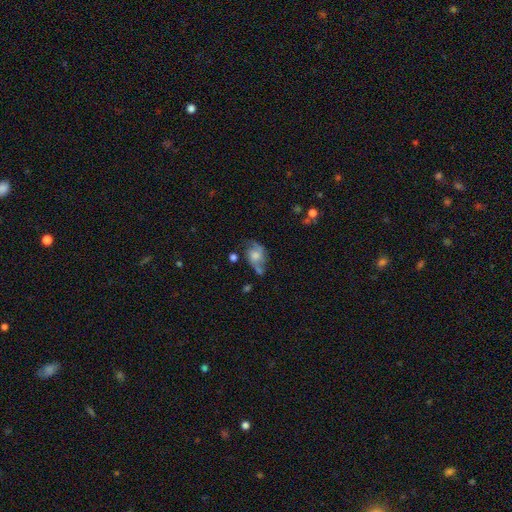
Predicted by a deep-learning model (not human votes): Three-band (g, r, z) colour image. It shows a featured or disk galaxy (55%) with no bar (72%), spiral arms (75%) and a moderate central bulge (40%). Merging: none (44%).